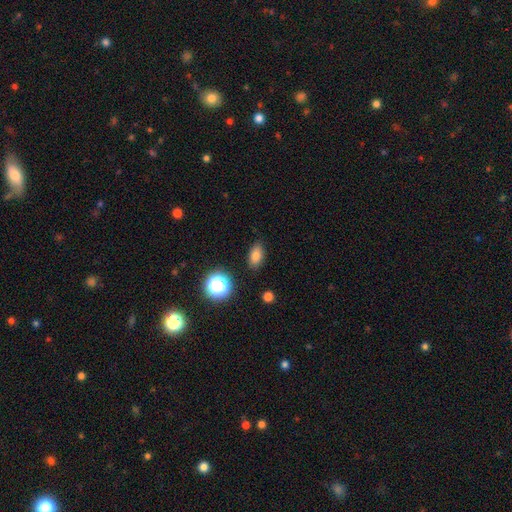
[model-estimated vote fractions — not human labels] smooth 80%, star or artifact 14%, featured or disk 6%. Down the decision tree: how rounded — in between (85%); merging — none (87%).